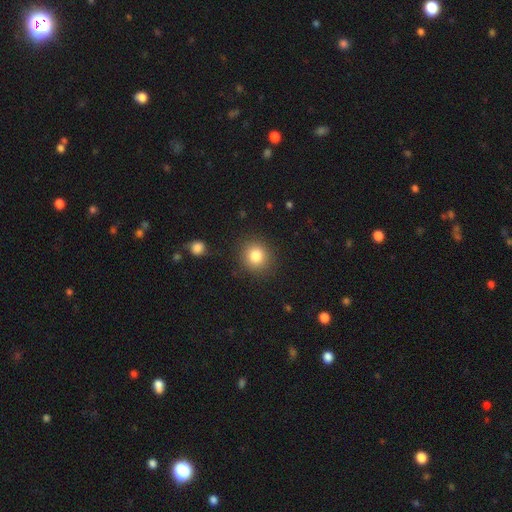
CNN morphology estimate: This is clearly a smooth galaxy (82%). How rounded: clearly round (87%). Merging: clearly none (88%).